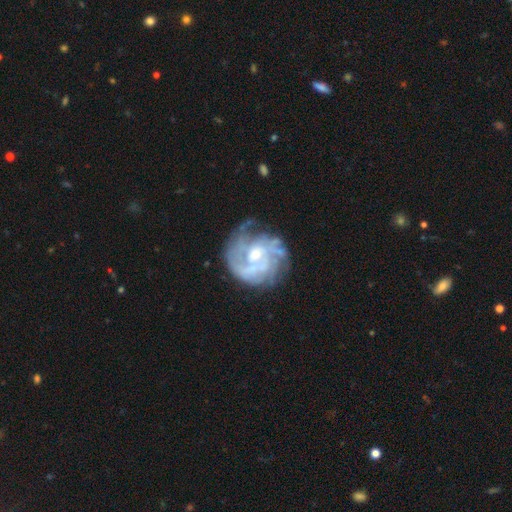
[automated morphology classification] Smooth or featured?
  - featured or disk: 82% *
  - smooth: 11%
  - star or artifact: 7%
Edge-on disk?
  - no: 98% *
  - yes: 2%
Bar?
  - no: 60% *
  - weak: 33%
  - strong: 7%
Spiral arms?
  - yes: 89% *
  - no: 11%
Spiral winding?
  - tight: 57% *
  - medium: 32%
  - loose: 12%
Spiral arm count?
  - can't tell: 42% *
  - 2: 18%
  - 3: 16%
  - 4: 10%
  - 1: 7%
  - more than 4: 7%
Bulge size?
  - moderate: 50% *
  - small: 41%
  - large: 4%
  - none: 4%
  - dominant: 1%
Merging?
  - none: 63% *
  - minor disturbance: 21%
  - major disturbance: 13%
  - merger: 2%